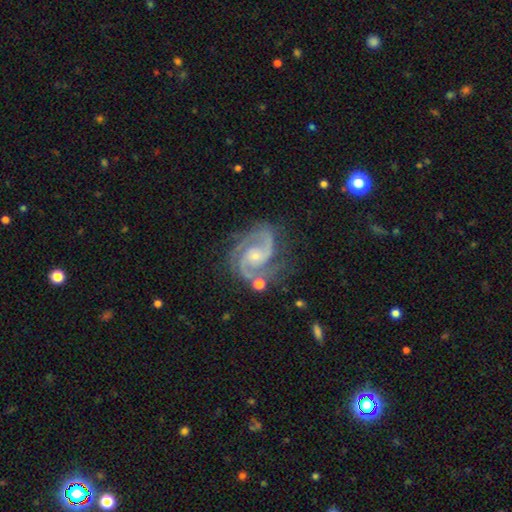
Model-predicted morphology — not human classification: Smooth or featured: featured or disk — 92% (star or artifact — 5%)
Edge-on disk: no — 98% (yes — 2%)
Bar: no — 62% (weak — 30%)
Spiral arms: yes — 99% (no — 1%)
Spiral winding: medium — 56% (tight — 36%)
Spiral arm count: 2 — 81% (3 — 11%)
Bulge size: small — 67% (moderate — 28%)
Merging: none — 69% (minor disturbance — 19%)